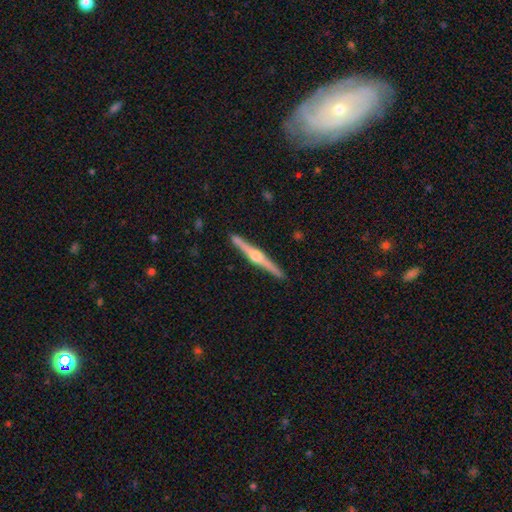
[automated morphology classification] The model was most divided on "smooth or featured": featured or disk: 84%, smooth: 11%, star or artifact: 4%. More confident: edge-on disk — yes (99%); edge-on bulge — rounded (94%); merging — none (92%).